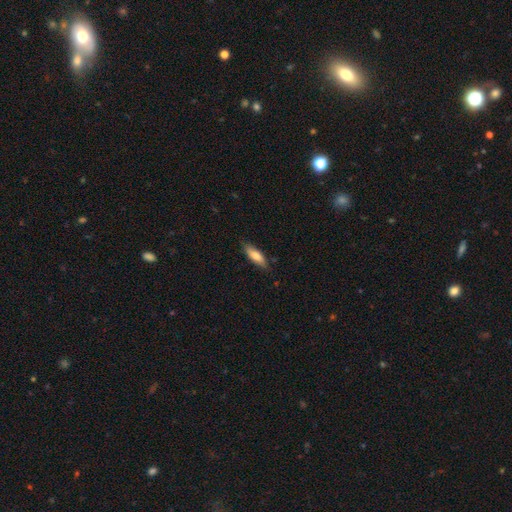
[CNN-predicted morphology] The model was most divided on "how rounded" (2-way tie): in between: 49%, cigar-shaped: 49%, round: 2%. More confident: merging — none (81%); smooth or featured — smooth (73%).